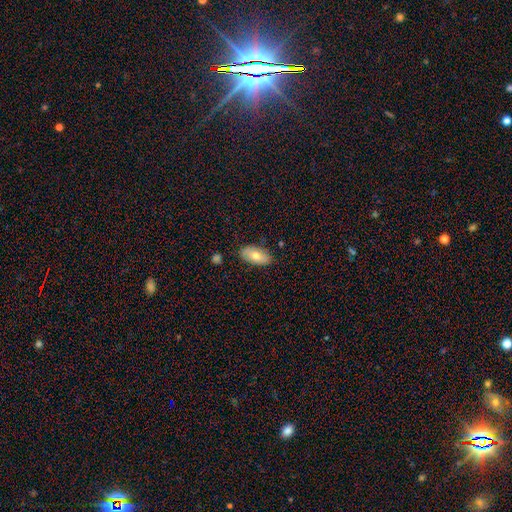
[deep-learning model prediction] This appears to be a smooth galaxy with no disk features (72%) that is in between round and cigar-shaped (93%). Merging: none (83%).